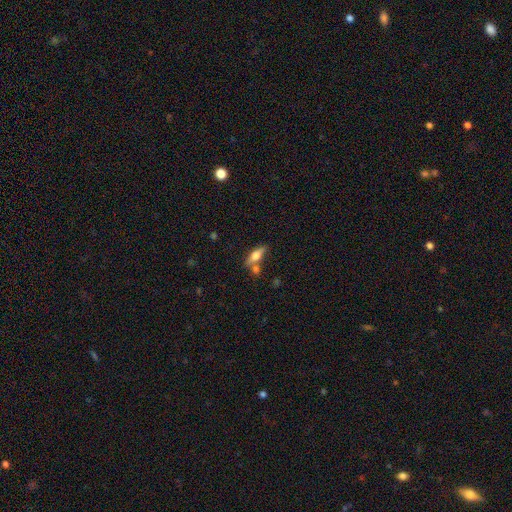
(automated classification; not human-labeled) A smooth galaxy with no disk features (54%) that is in between round and cigar-shaped (58%). Merging: none (61%).